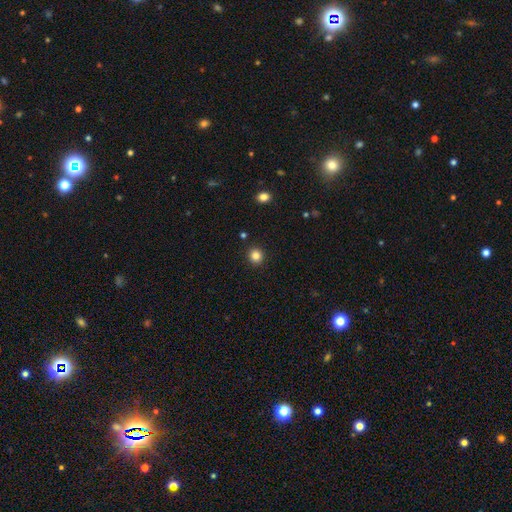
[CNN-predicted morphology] Overall: smooth (83%). How rounded: round (90%). Merging: none (92%).